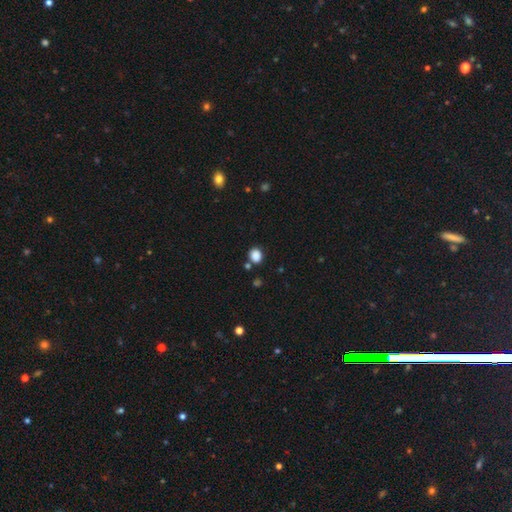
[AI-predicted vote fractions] smooth_or_featured: smooth (p=0.85) [alt: star or artifact p=0.12]
how_rounded: round (p=0.63) [alt: in between p=0.36]
merging: none (p=0.77) [alt: minor disturbance p=0.11]